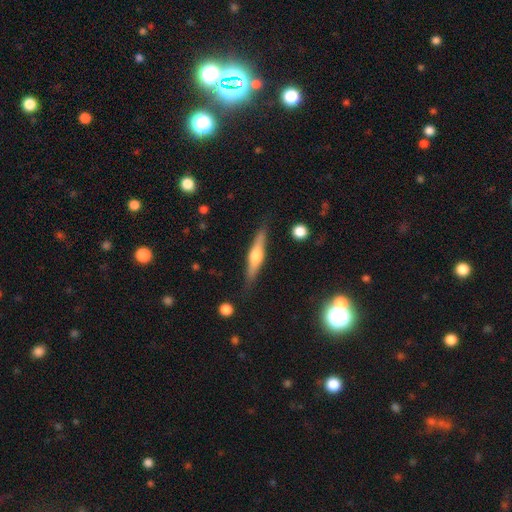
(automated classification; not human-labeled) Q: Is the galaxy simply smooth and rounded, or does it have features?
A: featured or disk — 63%.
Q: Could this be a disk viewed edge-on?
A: yes — 96%.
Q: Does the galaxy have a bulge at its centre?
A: rounded — 88%.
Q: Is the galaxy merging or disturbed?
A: none — 85%.